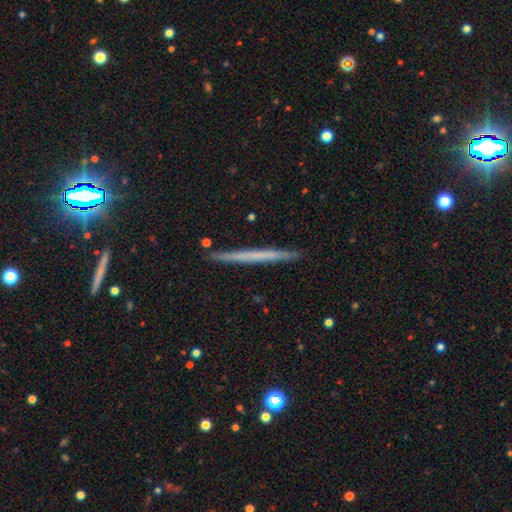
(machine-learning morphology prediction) The model was most divided on "smooth or featured": featured or disk: 50%, smooth: 42%, star or artifact: 8%. More confident: edge-on disk — yes (97%); merging — none (90%).